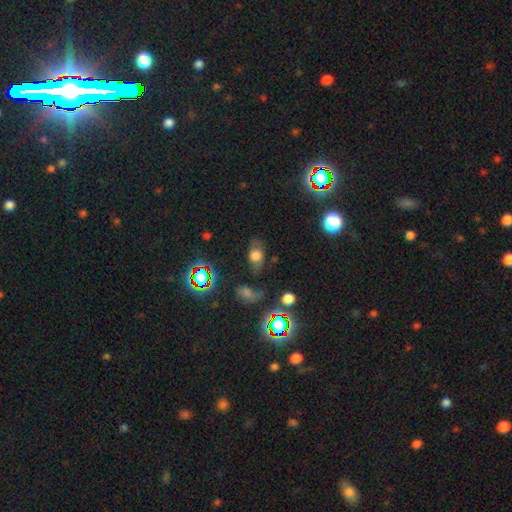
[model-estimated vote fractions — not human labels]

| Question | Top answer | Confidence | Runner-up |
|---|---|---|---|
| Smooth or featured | smooth | 55% | featured or disk (25%) |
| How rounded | in between | 71% | round (27%) |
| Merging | none | 58% | minor disturbance (22%) |